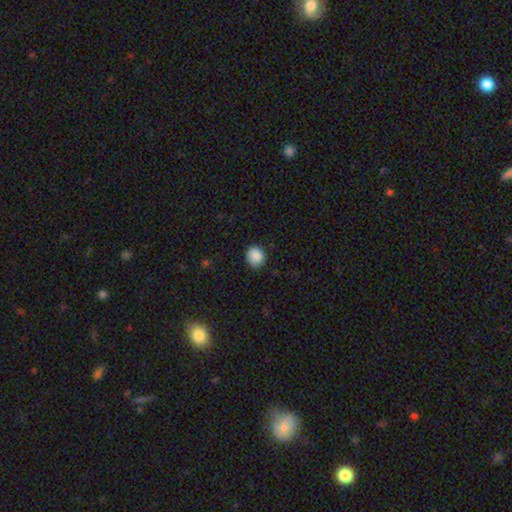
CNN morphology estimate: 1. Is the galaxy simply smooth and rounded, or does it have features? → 88% smooth, 8% star or artifact, 3% featured or disk.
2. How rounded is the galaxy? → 71% round, 28% in between, 1% cigar-shaped.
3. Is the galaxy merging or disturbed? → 82% none, 15% minor disturbance, 3% major disturbance, 1% merger.